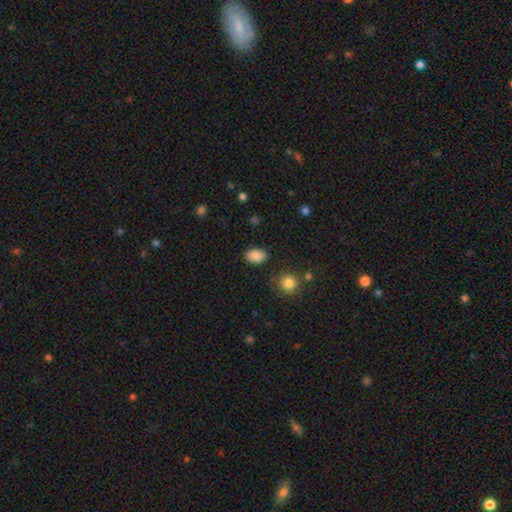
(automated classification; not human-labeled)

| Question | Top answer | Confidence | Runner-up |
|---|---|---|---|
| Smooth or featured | smooth | 88% | star or artifact (9%) |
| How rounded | in between | 85% | round (14%) |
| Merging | none | 85% | minor disturbance (10%) |